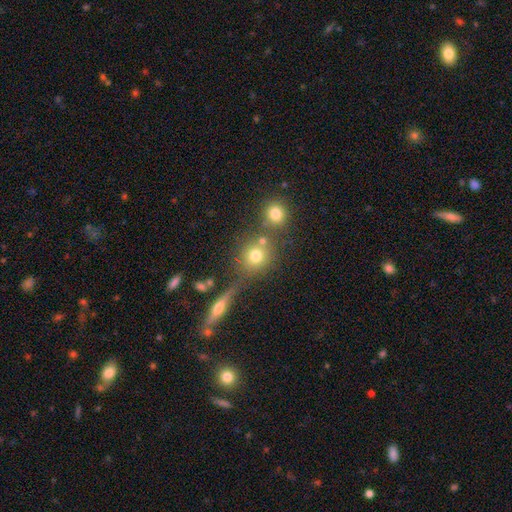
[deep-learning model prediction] A smooth galaxy with no disk features (73%) that is round (84%).

Vote fractions:
- Smooth or featured? smooth: 73% / star or artifact: 15% / featured or disk: 12%
- How rounded? round: 84% / in between: 14% / cigar-shaped: 2%
- Merging? none: 63% / merger: 23% / minor disturbance: 9% / major disturbance: 5%